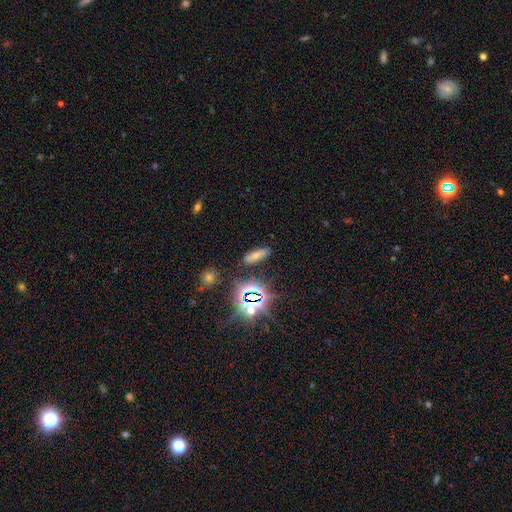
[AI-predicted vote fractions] Overall: smooth (60%; star or artifact 27%). How rounded: in between (53%; cigar-shaped 41%). Merging: none (84%).